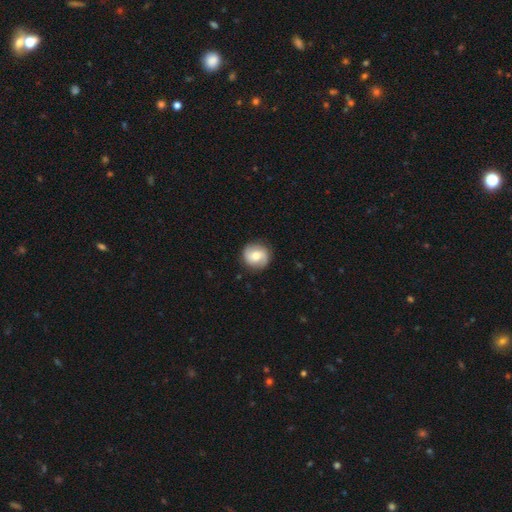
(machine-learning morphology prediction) smooth-or-featured: featured or disk: 48% | smooth: 45% | star or artifact: 7%
  merging: none: 87% | minor disturbance: 9% | major disturbance: 3% | merger: 1%